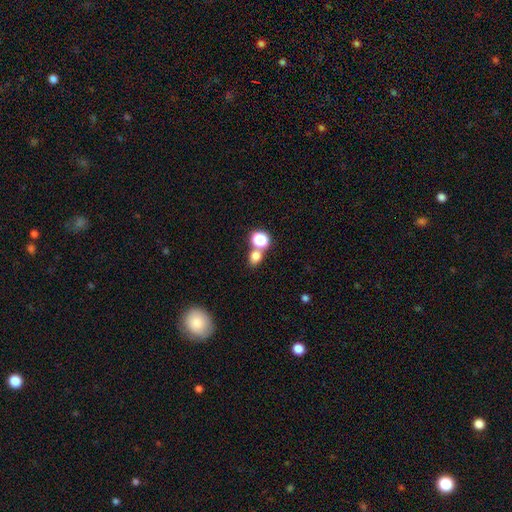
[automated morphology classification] The model was most divided on "how rounded": round: 57%, in between: 42%, cigar-shaped: 1%. More confident: smooth or featured — smooth (73%); merging — none (57%).